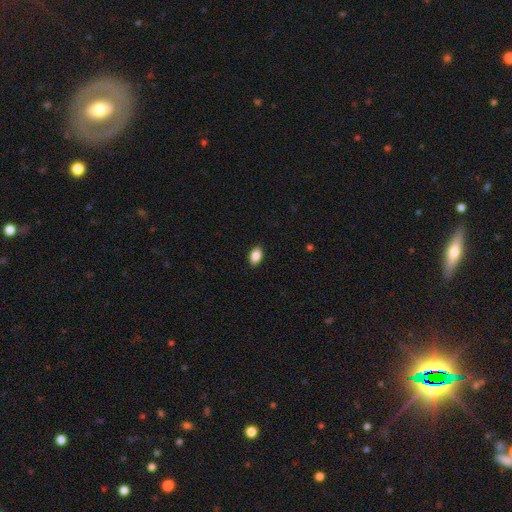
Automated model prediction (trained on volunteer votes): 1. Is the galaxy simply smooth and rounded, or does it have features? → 89% smooth, 8% star or artifact, 4% featured or disk.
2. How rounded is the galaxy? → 91% in between, 7% round, 2% cigar-shaped.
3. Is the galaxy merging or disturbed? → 90% none, 7% minor disturbance, 2% major disturbance, 1% merger.